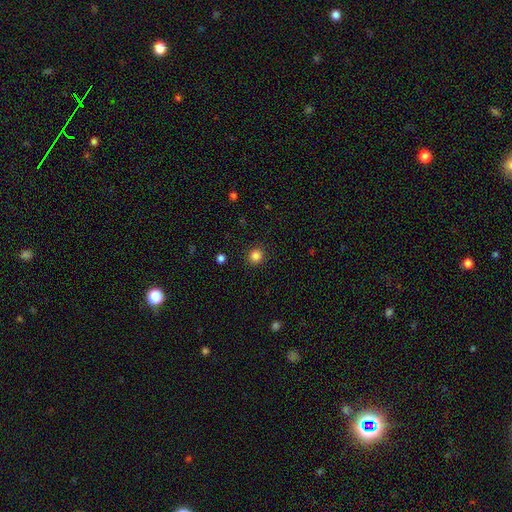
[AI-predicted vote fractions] smooth 85%, star or artifact 12%, featured or disk 4%. Down the decision tree: how rounded — round (91%); merging — none (92%).